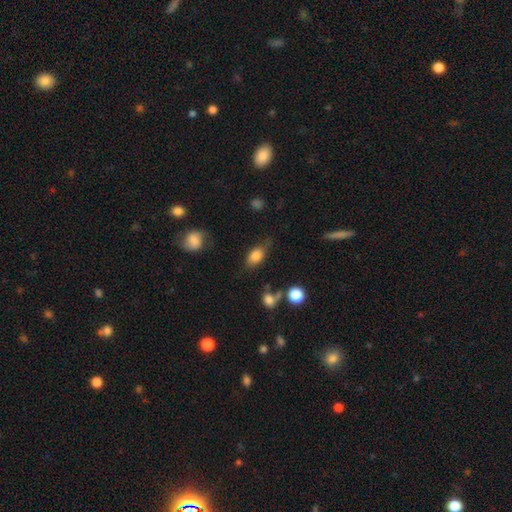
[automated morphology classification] Q: Smooth or featured?
A: smooth (79%); runner-up: featured or disk (13%)
Q: How rounded?
A: in between (84%); runner-up: round (12%)
Q: Merging?
A: none (62%); runner-up: minor disturbance (25%)